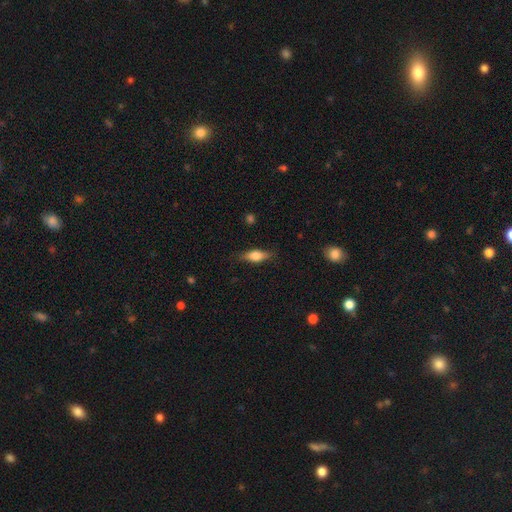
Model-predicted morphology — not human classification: smooth 60%, featured or disk 33%, star or artifact 7%. Down the decision tree: how rounded — in between (63%); merging — none (80%).